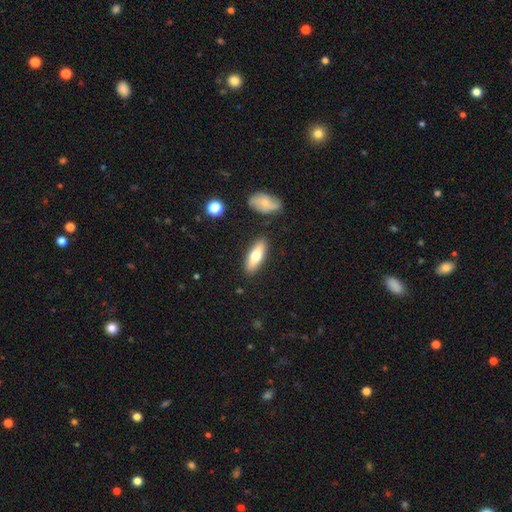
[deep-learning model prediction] Morphology: type=smooth (65%); roundness=in between (55%); merging=none (84%).